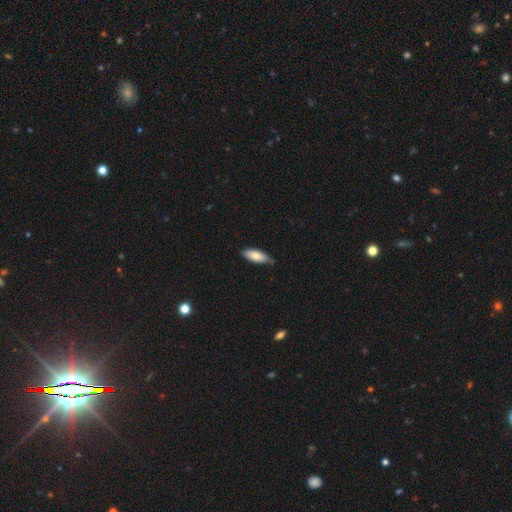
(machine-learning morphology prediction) smooth_or_featured: smooth (p=0.79) [alt: featured or disk p=0.15]
how_rounded: in between (p=0.71) [alt: cigar-shaped p=0.27]
merging: none (p=0.71) [alt: minor disturbance p=0.24]